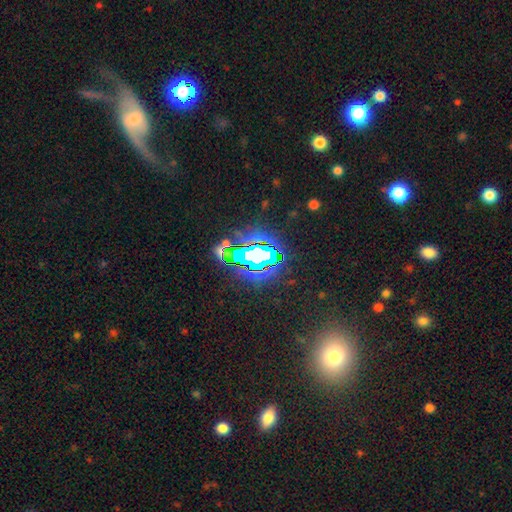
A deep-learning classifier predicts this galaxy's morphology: Overall: star or artifact (72%).